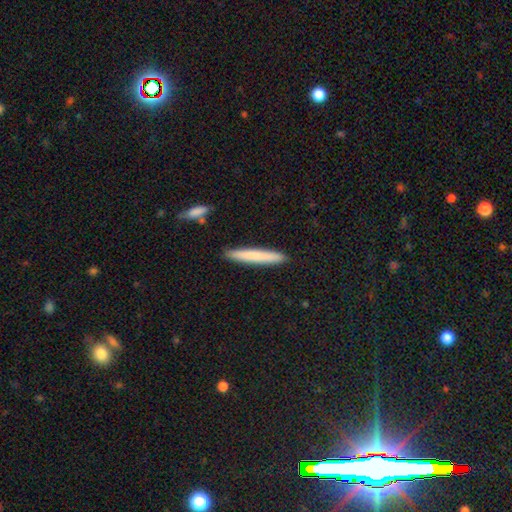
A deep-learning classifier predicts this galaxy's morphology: This is likely a smooth galaxy (76%). How rounded: clearly cigar-shaped (95%). Merging: clearly none (90%).